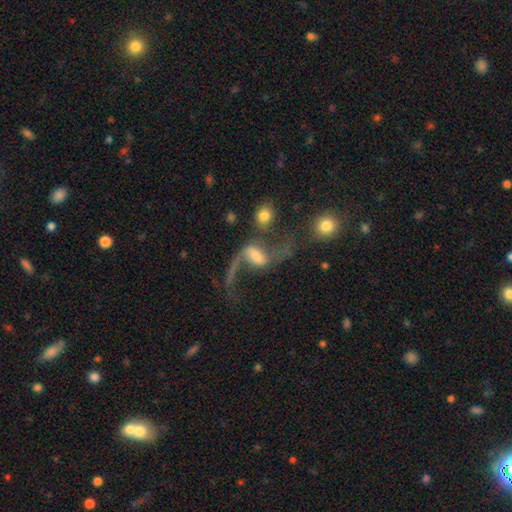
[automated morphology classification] smooth_or_featured: featured or disk (p=0.79) [alt: smooth p=0.13]
disk_edge_on: no (p=0.95) [alt: yes p=0.05]
bar: weak (p=0.42) [alt: strong p=0.37]
has_spiral_arms: yes (p=0.90) [alt: no p=0.10]
spiral_winding: loose (p=0.88) [alt: medium p=0.09]
spiral_arm_count: 2 (p=0.85) [alt: 1 p=0.10]
bulge_size: moderate (p=0.40) [alt: small p=0.33]
merging: none (p=0.37) [alt: major disturbance p=0.29]